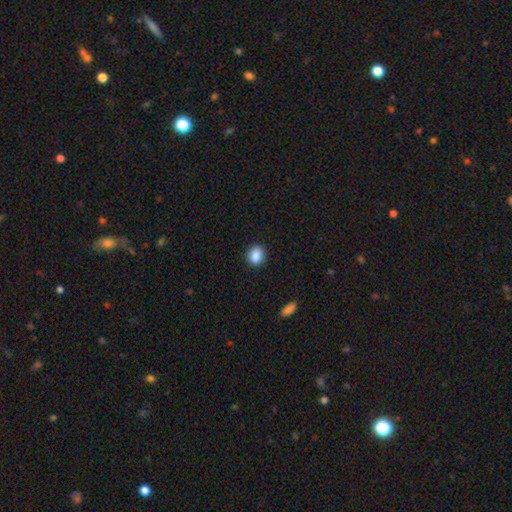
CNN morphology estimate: smooth-or-featured: smooth: 88% | star or artifact: 8% | featured or disk: 3%
  how-rounded: round: 58% | in between: 41% | cigar-shaped: 1%
  merging: none: 89% | minor disturbance: 8% | major disturbance: 2% | merger: 1%